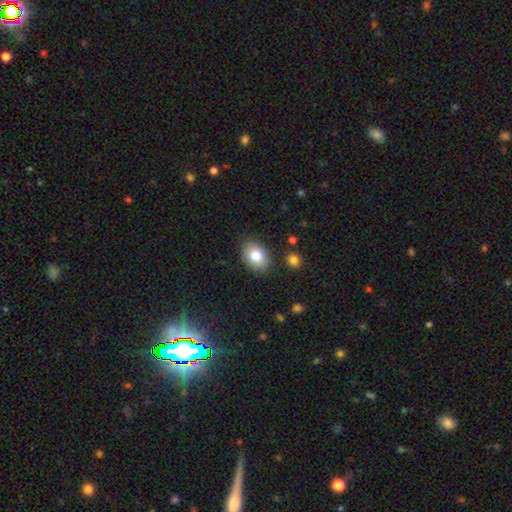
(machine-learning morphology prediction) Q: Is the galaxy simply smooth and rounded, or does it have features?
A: smooth — 82%.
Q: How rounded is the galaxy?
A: in between — 80%.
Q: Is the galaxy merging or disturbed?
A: none — 85%.